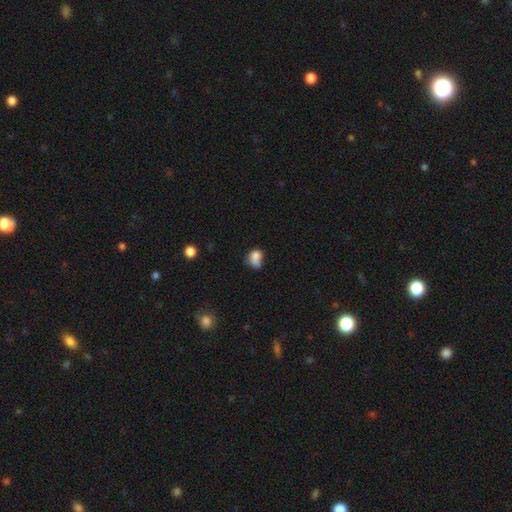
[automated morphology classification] smooth 77%, featured or disk 12%, star or artifact 11%. Down the decision tree: how rounded — in between (62%); merging — minor disturbance (34%).